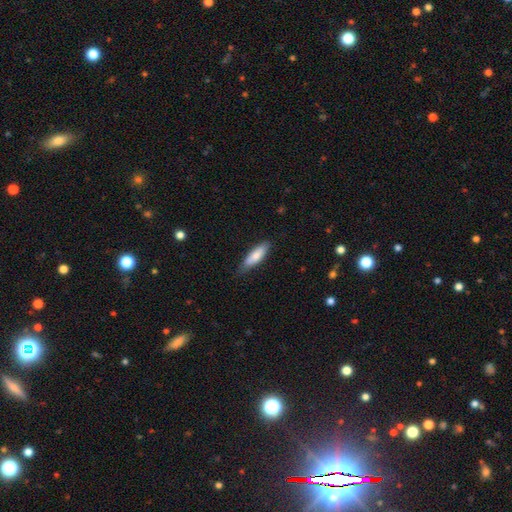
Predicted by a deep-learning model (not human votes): This is likely a smooth galaxy (77%). How rounded: possibly cigar-shaped (55%). Merging: likely none (77%).